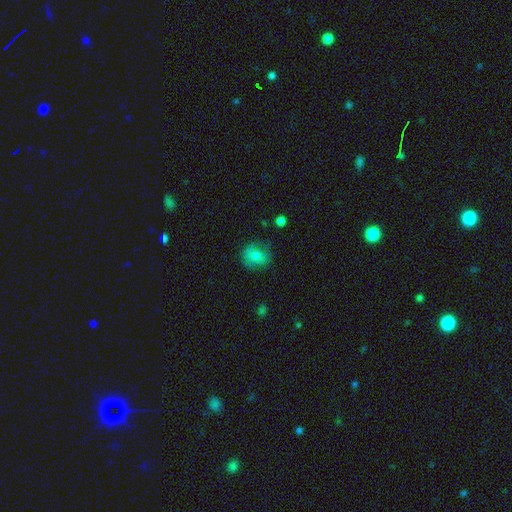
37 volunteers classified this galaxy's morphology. smooth_or_featured: smooth (p=0.78) [alt: featured or disk p=0.16]
how_rounded: round (p=0.72) [alt: in between p=0.28]
merging: none (p=0.63) [alt: minor disturbance p=0.29]